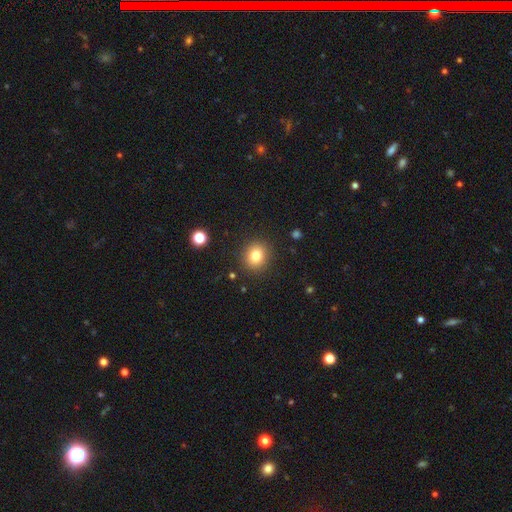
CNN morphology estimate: This is clearly a smooth galaxy (80%). How rounded: clearly round (82%). Merging: clearly none (89%).